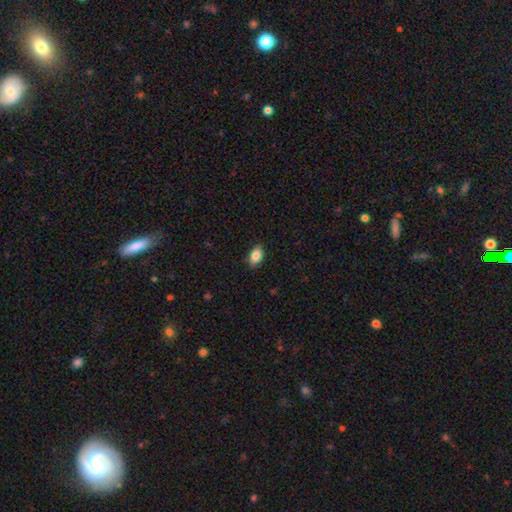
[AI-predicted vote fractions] Smooth or featured? smooth (86%)
How rounded? in between (91%)
Merging? none (86%)